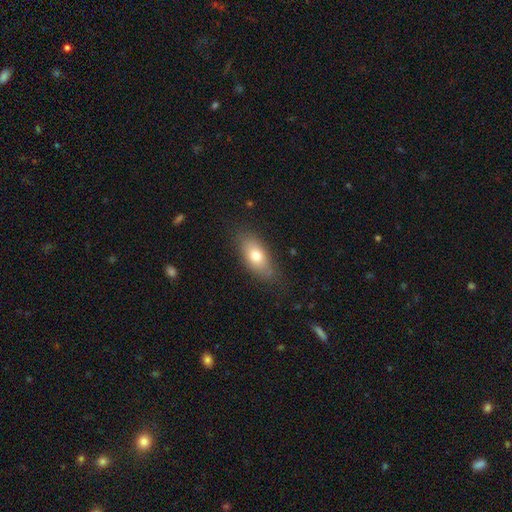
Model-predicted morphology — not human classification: This is likely a smooth galaxy (74%). How rounded: clearly in between (84%). Merging: likely none (76%).